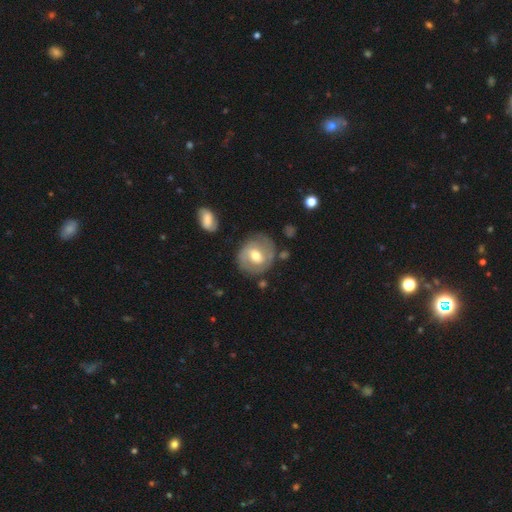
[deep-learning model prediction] Morphology: type=featured or disk (51%); edge-on=no (96%); merging=none (73%).